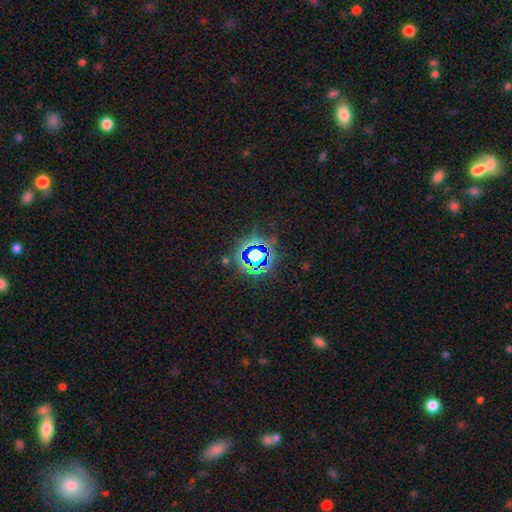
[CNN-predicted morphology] The model was most divided on "smooth or featured": star or artifact: 73%, smooth: 15%, featured or disk: 11%.